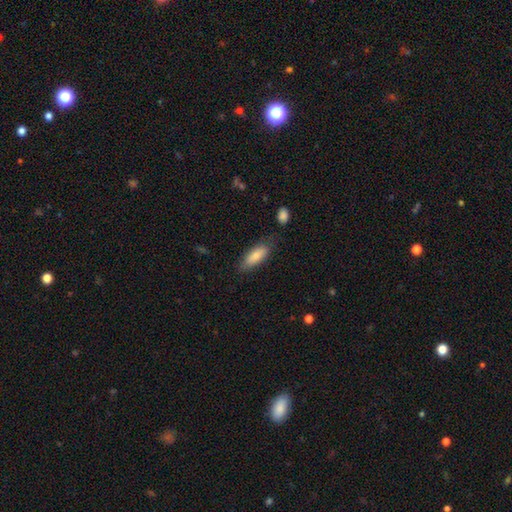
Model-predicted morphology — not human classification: Smooth or featured?
  - smooth: 82% *
  - featured or disk: 12%
  - star or artifact: 6%
How rounded?
  - in between: 69% *
  - cigar-shaped: 29%
  - round: 2%
Merging?
  - none: 73% *
  - minor disturbance: 19%
  - major disturbance: 5%
  - merger: 4%